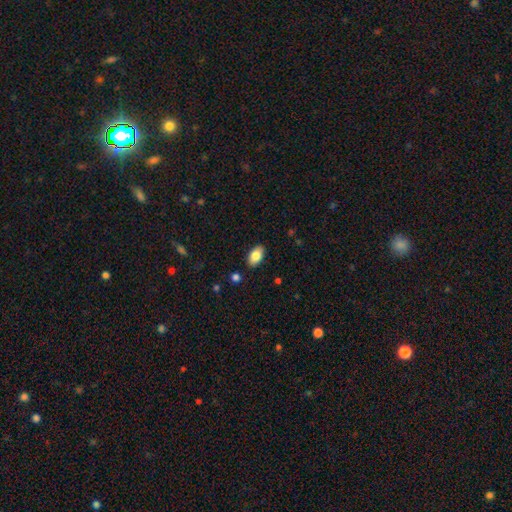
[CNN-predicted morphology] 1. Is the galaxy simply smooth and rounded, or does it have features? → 83% smooth, 10% featured or disk, 7% star or artifact.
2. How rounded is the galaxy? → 93% in between, 5% round, 2% cigar-shaped.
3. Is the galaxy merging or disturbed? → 88% none, 9% minor disturbance, 2% major disturbance, 1% merger.